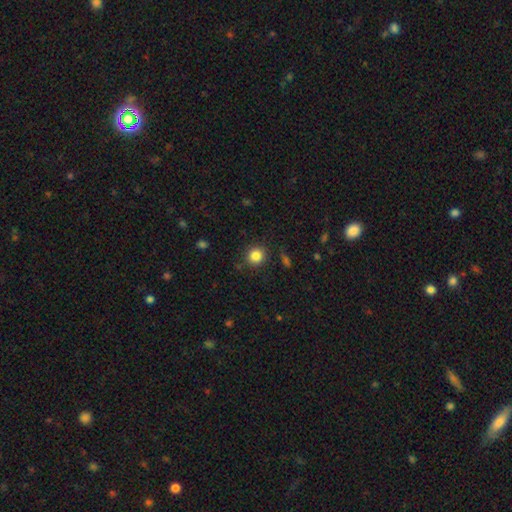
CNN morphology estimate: Smooth or featured? smooth (84%)
How rounded? round (90%)
Merging? none (87%)